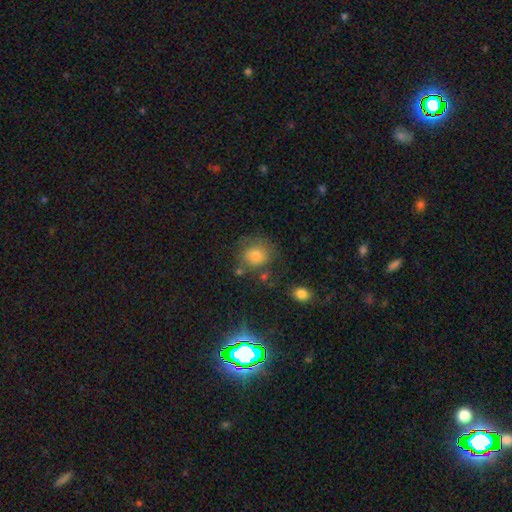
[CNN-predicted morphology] Smooth or featured? Predicted: smooth (p=0.69). How rounded? Predicted: round (p=0.81). Merging? Predicted: none (p=0.63).